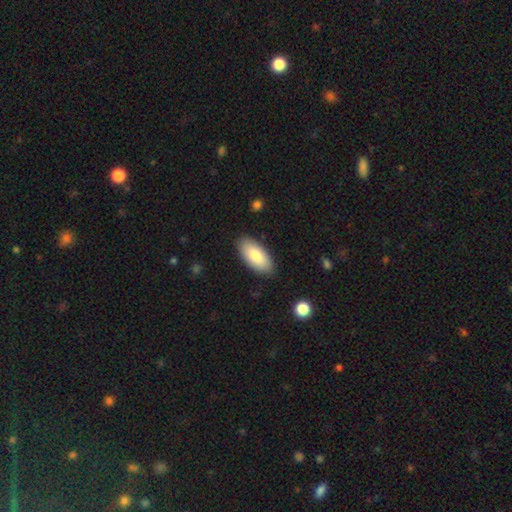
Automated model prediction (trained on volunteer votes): smooth 83%, featured or disk 12%, star or artifact 5%. Down the decision tree: how rounded — in between (92%); merging — none (87%).